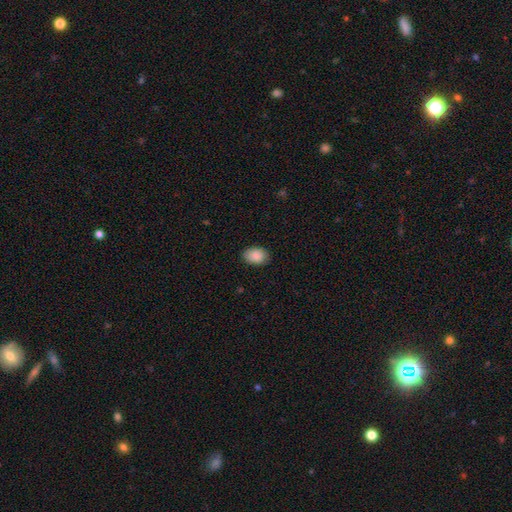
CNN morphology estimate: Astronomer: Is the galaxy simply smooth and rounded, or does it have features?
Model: smooth — 89%.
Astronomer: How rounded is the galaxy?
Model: in between — 82%.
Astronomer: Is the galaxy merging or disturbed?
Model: none — 86%.